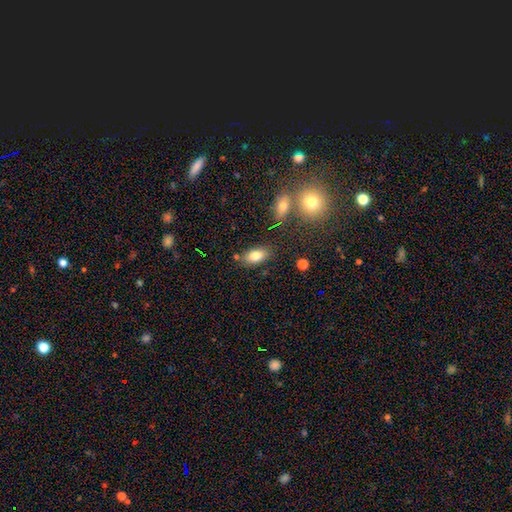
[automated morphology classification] Smooth or featured? Predicted: smooth (p=0.82). How rounded? Predicted: in between (p=0.91). Merging? Predicted: none (p=0.78).